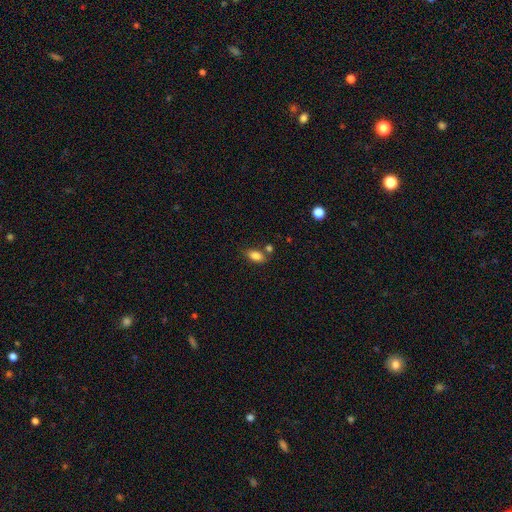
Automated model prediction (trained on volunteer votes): Smooth or featured?
  - smooth: 83% *
  - star or artifact: 9%
  - featured or disk: 8%
How rounded?
  - in between: 89% *
  - round: 6%
  - cigar-shaped: 5%
Merging?
  - none: 69% *
  - minor disturbance: 14%
  - merger: 13%
  - major disturbance: 4%